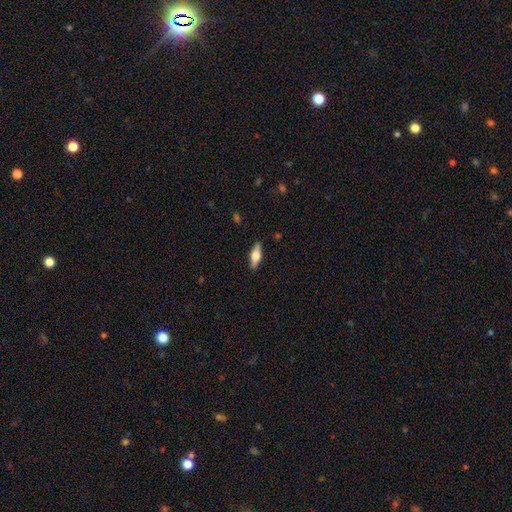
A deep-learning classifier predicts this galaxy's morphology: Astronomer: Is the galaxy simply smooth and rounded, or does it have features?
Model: smooth — 52% (runner-up: featured or disk, 42%).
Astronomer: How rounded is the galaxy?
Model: in between — 56% (runner-up: cigar-shaped, 41%).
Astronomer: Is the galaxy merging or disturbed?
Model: none — 88%.